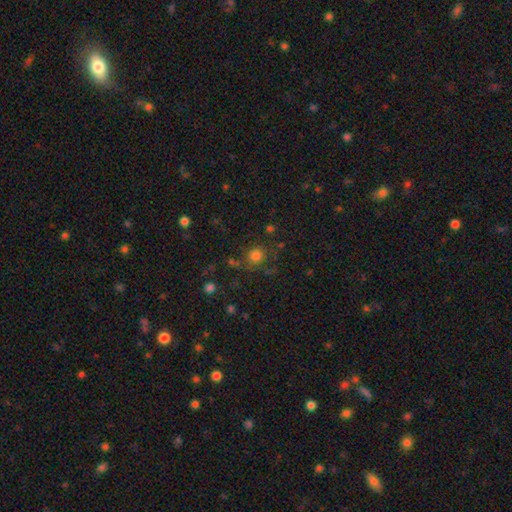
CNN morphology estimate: The model was most divided on "merging": none: 75%, minor disturbance: 13%, major disturbance: 6%, merger: 6%. More confident: how rounded — round (86%); smooth or featured — smooth (79%).